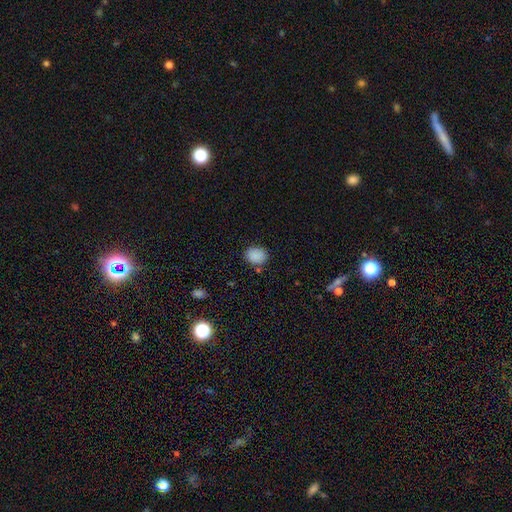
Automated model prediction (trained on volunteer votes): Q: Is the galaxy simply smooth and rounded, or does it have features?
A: smooth — 87%.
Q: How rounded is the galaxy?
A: round — 60%.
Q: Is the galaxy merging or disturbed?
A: none — 79%.